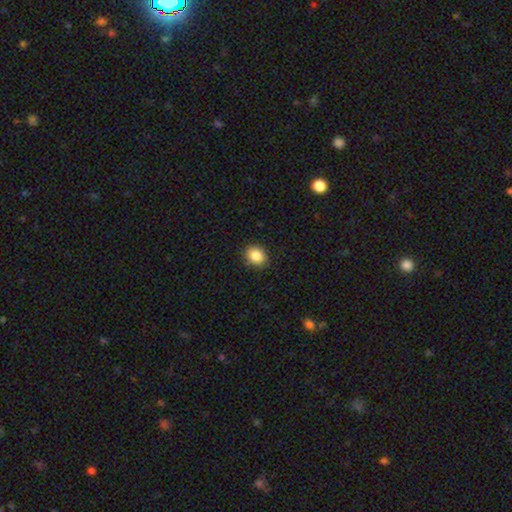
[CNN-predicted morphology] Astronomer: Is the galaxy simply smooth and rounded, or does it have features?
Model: smooth — 86%.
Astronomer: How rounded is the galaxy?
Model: round — 57% (runner-up: in between, 42%).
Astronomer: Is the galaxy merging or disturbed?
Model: none — 88%.